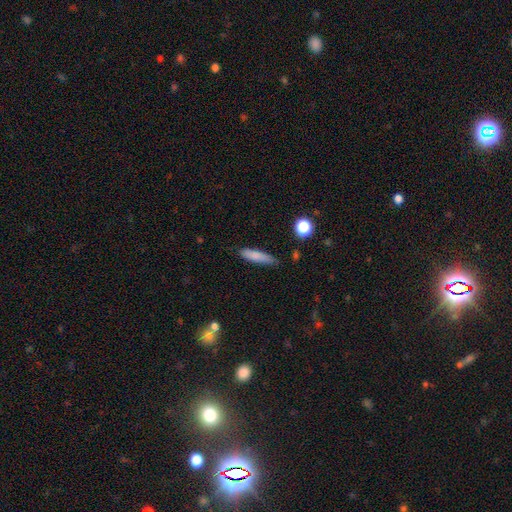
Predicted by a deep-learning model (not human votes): Q: Smooth or featured?
A: smooth (81%); runner-up: featured or disk (11%)
Q: How rounded?
A: cigar-shaped (76%); runner-up: in between (22%)
Q: Merging?
A: none (76%); runner-up: minor disturbance (19%)